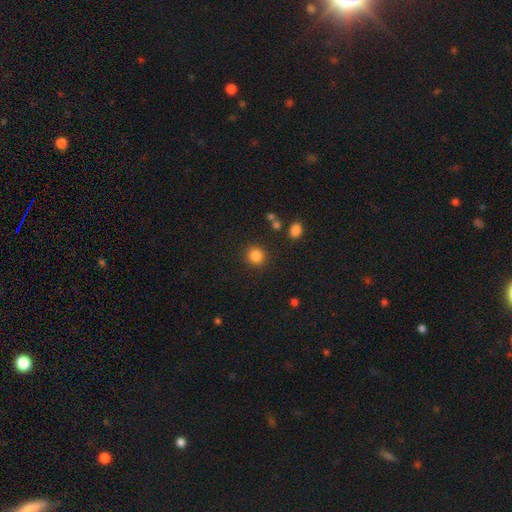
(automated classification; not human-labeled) Smooth or featured: smooth — 84% (star or artifact — 11%)
How rounded: round — 90% (in between — 9%)
Merging: none — 90% (minor disturbance — 6%)